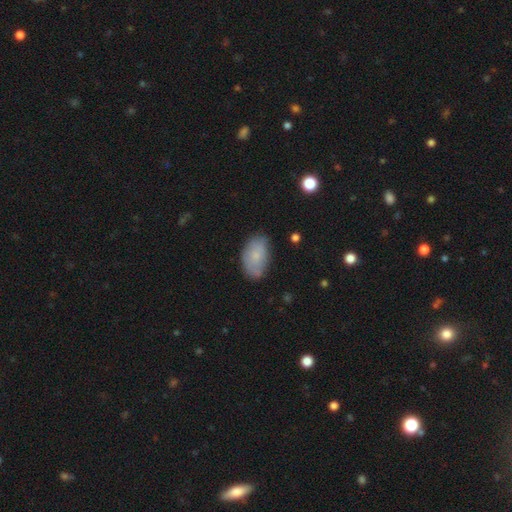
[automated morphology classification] The model was most divided on "merging": none: 72%, minor disturbance: 21%, major disturbance: 5%, merger: 2%. More confident: how rounded — in between (93%); smooth or featured — smooth (75%).